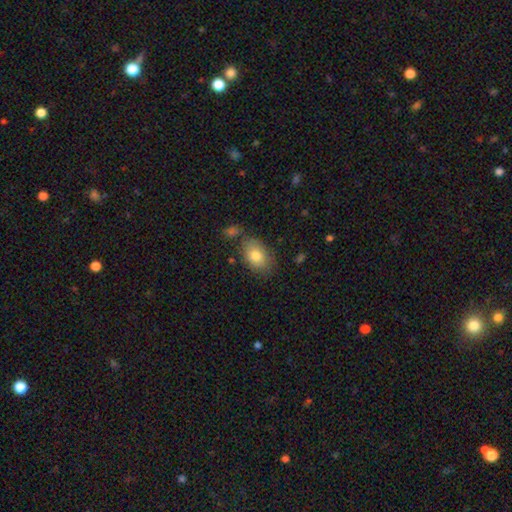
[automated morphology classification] Smooth or featured? smooth (78%)
How rounded? in between (83%)
Merging? none (70%)